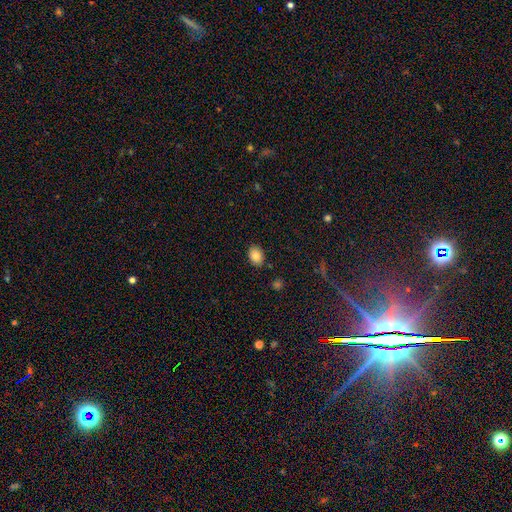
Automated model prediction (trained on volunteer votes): A smooth galaxy with no disk features (83%) that is in between round and cigar-shaped (72%).

Vote fractions:
- Smooth or featured? smooth: 83% / star or artifact: 9% / featured or disk: 8%
- How rounded? in between: 72% / round: 27% / cigar-shaped: 1%
- Merging? none: 88% / minor disturbance: 9% / major disturbance: 2% / merger: 2%